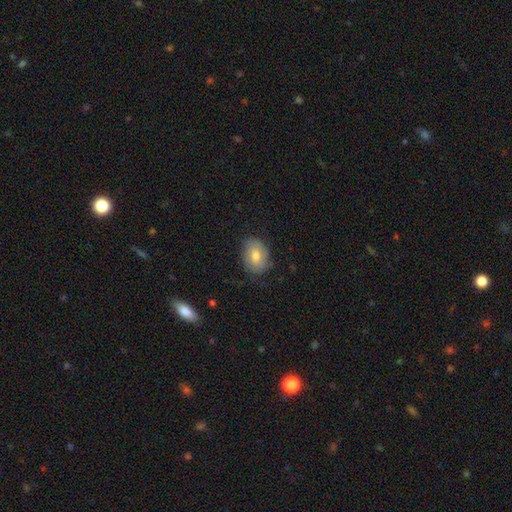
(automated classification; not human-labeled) smooth 71%, featured or disk 21%, star or artifact 8%. Down the decision tree: how rounded — in between (73%); merging — none (77%).